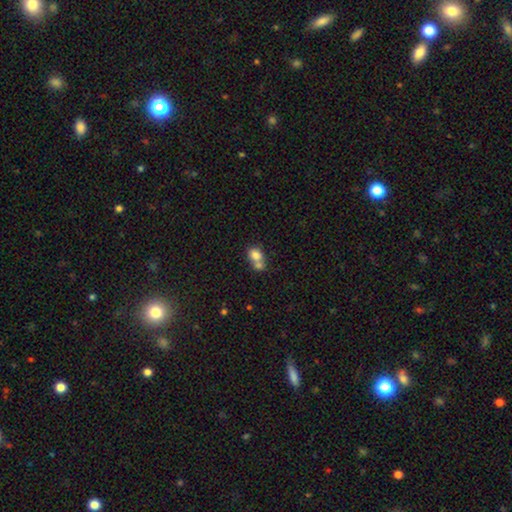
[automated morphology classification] Smooth or featured? smooth (78%)
How rounded? round (54%)
Merging? merger (60%)